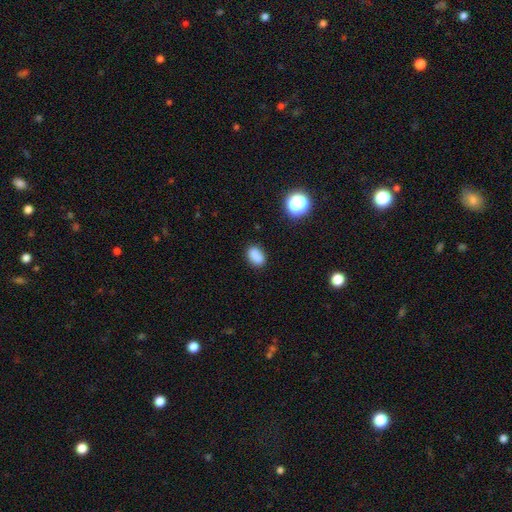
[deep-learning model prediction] Q: Smooth or featured?
A: smooth (84%); runner-up: star or artifact (12%)
Q: How rounded?
A: in between (80%); runner-up: round (19%)
Q: Merging?
A: none (81%); runner-up: minor disturbance (13%)